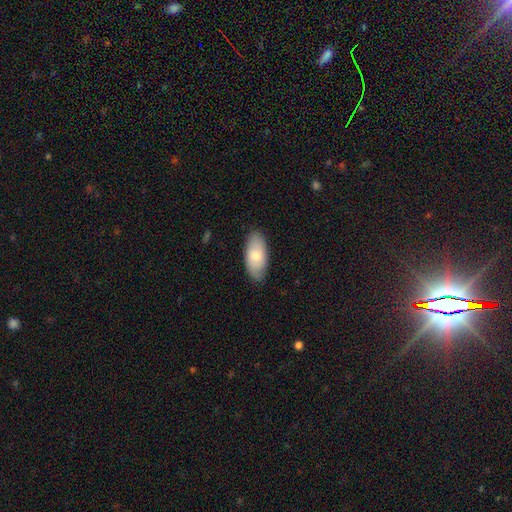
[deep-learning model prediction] smooth 73%, featured or disk 21%, star or artifact 6%. Down the decision tree: how rounded — in between (91%); merging — none (83%).